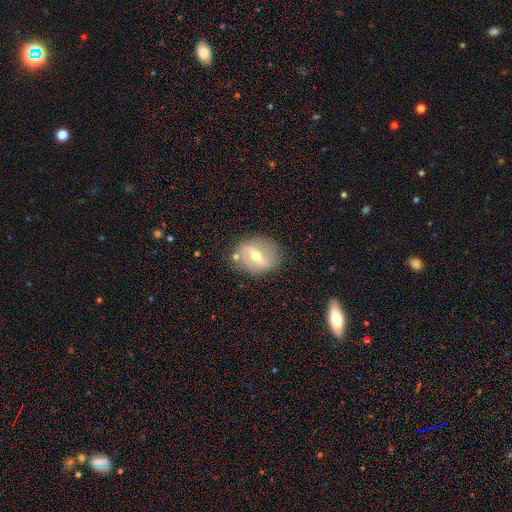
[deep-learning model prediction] smooth_or_featured: featured or disk (p=0.64) [alt: smooth p=0.28]
disk_edge_on: no (p=0.93) [alt: yes p=0.07]
bar: strong (p=0.45) [alt: weak p=0.38]
has_spiral_arms: yes (p=0.52) [alt: no p=0.48]
bulge_size: moderate (p=0.66) [alt: small p=0.30]
merging: none (p=0.77) [alt: minor disturbance p=0.14]